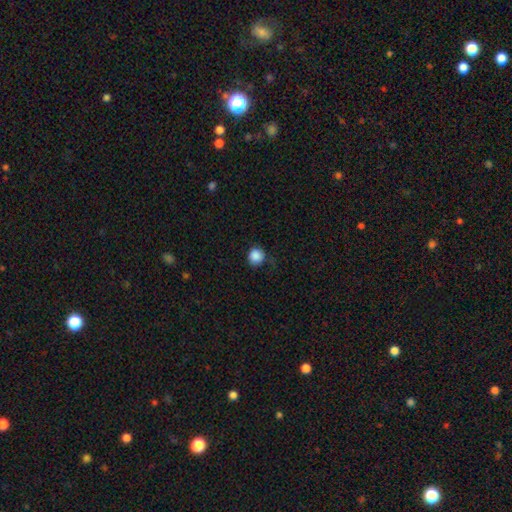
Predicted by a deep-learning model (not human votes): Morphology: type=smooth (87%); roundness=round (91%); merging=none (76%).